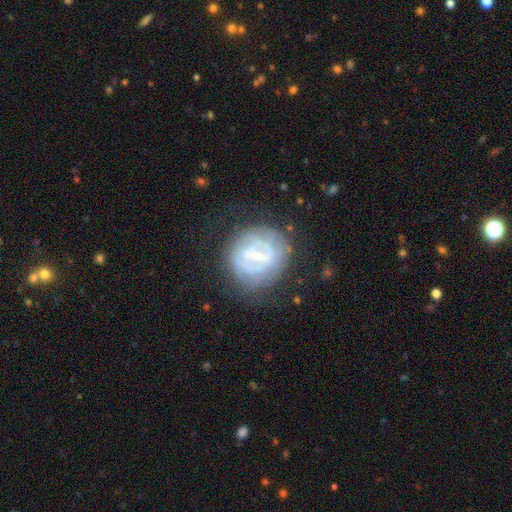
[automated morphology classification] A featured or disk galaxy (71%) with a weak bar (47%), spiral arms (63%) and a small central bulge (70%).

Vote fractions:
- Smooth or featured? featured or disk: 71% / smooth: 22% / star or artifact: 7%
- Edge-on disk? no: 97% / yes: 3%
- Bar? weak: 47% / strong: 32% / no: 21%
- Spiral arms? yes: 63% / no: 37%
- Bulge size? small: 70% / moderate: 19% / none: 8% / large: 2% / dominant: 1%
- Merging? none: 71% / minor disturbance: 17% / major disturbance: 10% / merger: 2%